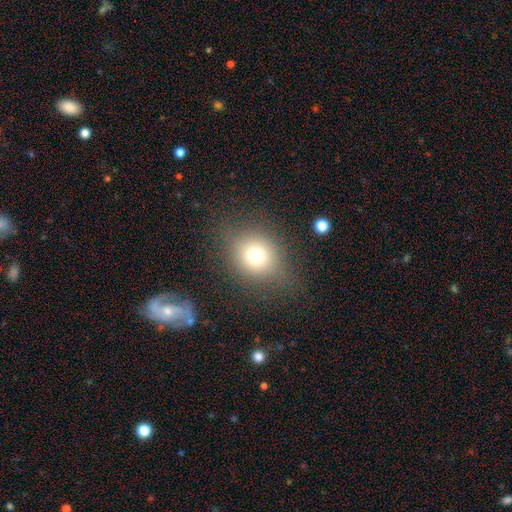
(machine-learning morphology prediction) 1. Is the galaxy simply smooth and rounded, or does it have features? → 70% smooth, 15% star or artifact, 15% featured or disk.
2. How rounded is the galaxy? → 67% round, 31% in between, 1% cigar-shaped.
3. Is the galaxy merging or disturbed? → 75% none, 15% minor disturbance, 8% major disturbance, 2% merger.